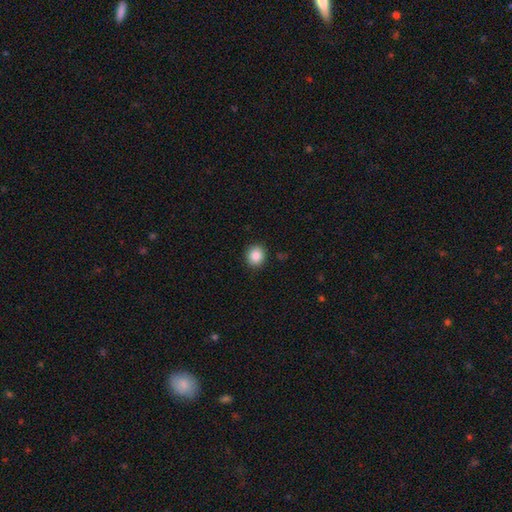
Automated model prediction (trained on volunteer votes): Morphology: type=smooth (87%); roundness=round (84%); merging=none (91%).